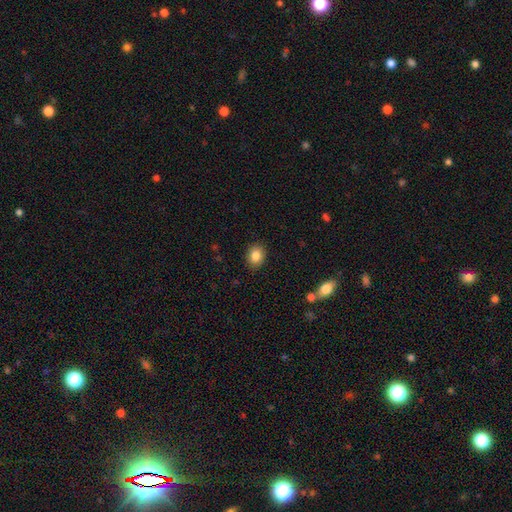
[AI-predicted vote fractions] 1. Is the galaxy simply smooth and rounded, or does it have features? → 85% smooth, 9% star or artifact, 6% featured or disk.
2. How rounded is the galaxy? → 56% round, 43% in between, 1% cigar-shaped.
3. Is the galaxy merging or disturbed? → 89% none, 7% minor disturbance, 2% major disturbance, 1% merger.